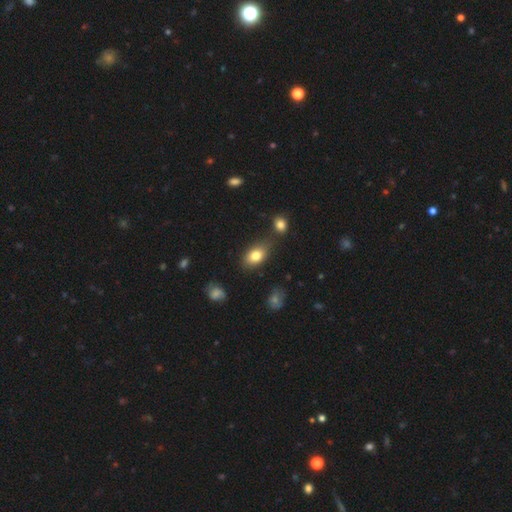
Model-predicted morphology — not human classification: Smooth or featured: smooth — 80% (featured or disk — 11%)
How rounded: in between — 87% (round — 10%)
Merging: none — 69% (minor disturbance — 19%)